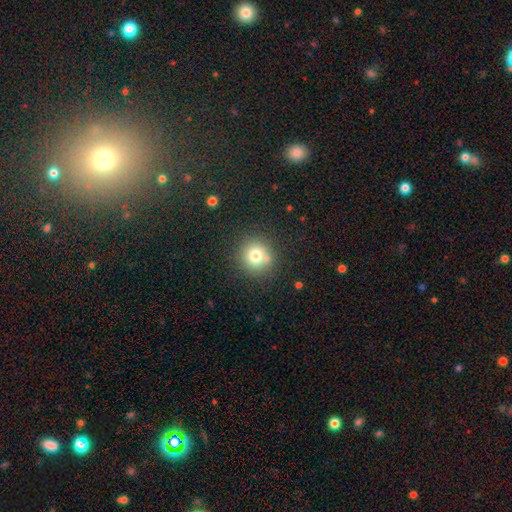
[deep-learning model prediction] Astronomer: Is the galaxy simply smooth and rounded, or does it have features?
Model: smooth — 74%.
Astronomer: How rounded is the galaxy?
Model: round — 92%.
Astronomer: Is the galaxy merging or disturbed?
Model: none — 77%.